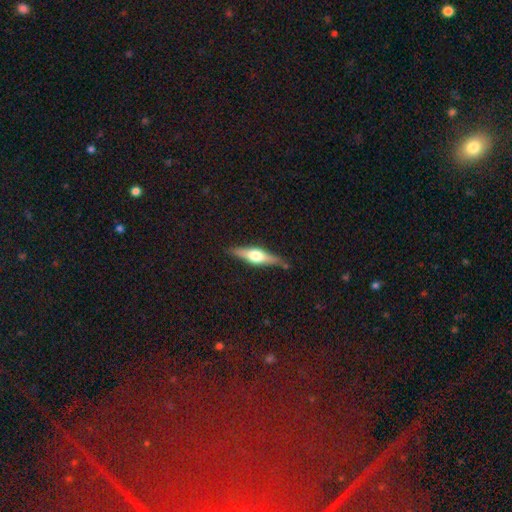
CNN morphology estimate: A featured or disk galaxy (62%) viewed edge-on (96%) with a rounded central bulge (92%). Merging: none (83%).